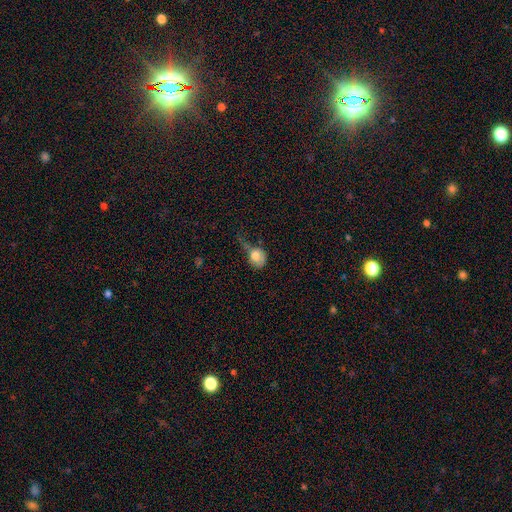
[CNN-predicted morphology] A smooth galaxy with no disk features (73%) that is round (62%). Merging: major disturbance (49%).